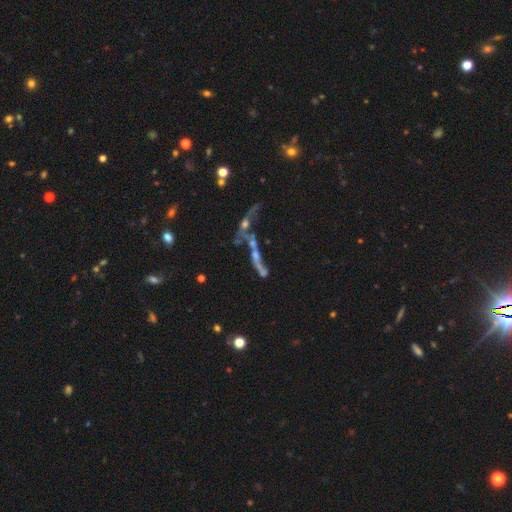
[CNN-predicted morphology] Q: Smooth or featured?
A: featured or disk (54%); runner-up: star or artifact (23%)
Q: Edge-on disk?
A: no (61%); runner-up: yes (39%)
Q: Merging?
A: merger (53%); runner-up: none (21%)